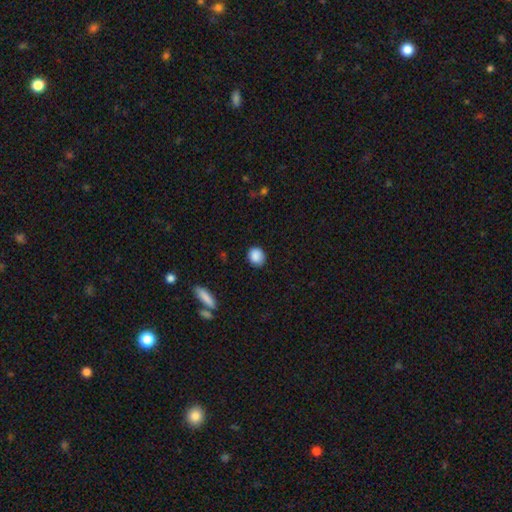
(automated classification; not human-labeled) Overall: smooth (88%). How rounded: round (74%). Merging: none (85%).